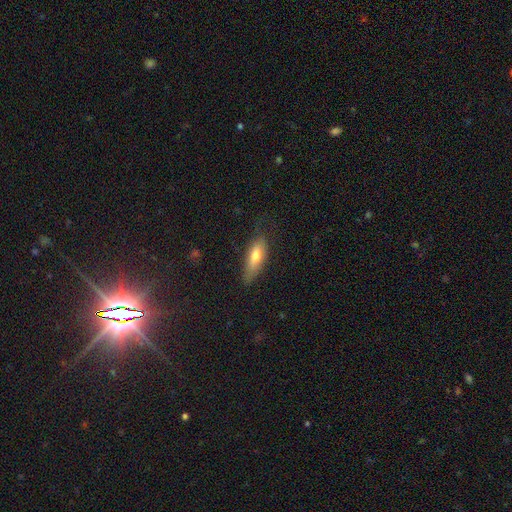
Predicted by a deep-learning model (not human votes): Overall: smooth (69%). How rounded: in between (63%; cigar-shaped 35%). Merging: none (64%; minor disturbance 25%).